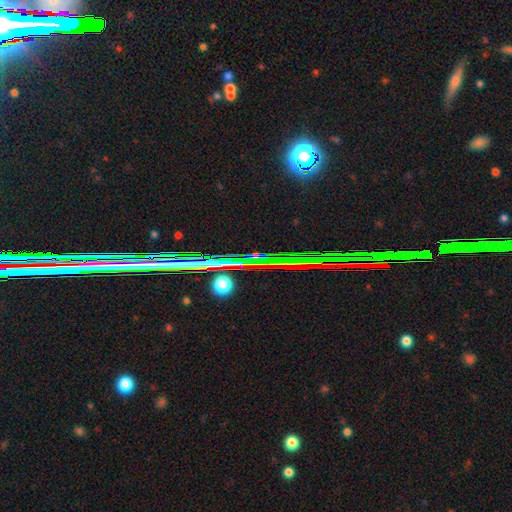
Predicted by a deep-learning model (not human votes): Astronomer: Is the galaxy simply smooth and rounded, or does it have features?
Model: star or artifact — 75%.